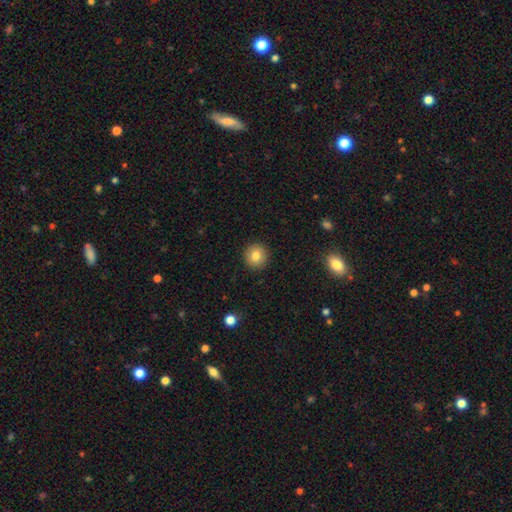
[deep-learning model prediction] smooth_or_featured: smooth (p=0.81) [alt: star or artifact p=0.10]
how_rounded: round (p=0.93) [alt: in between p=0.06]
merging: none (p=0.92) [alt: minor disturbance p=0.05]